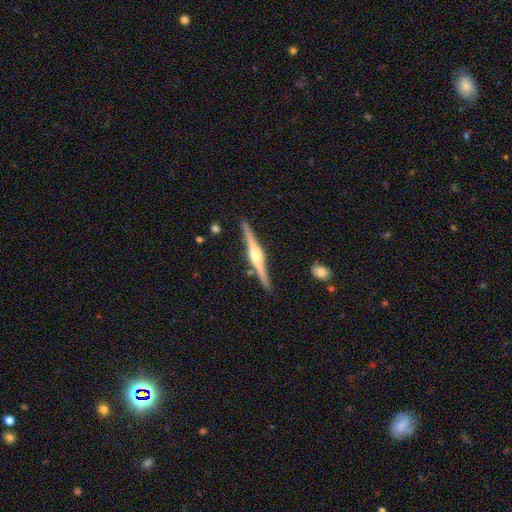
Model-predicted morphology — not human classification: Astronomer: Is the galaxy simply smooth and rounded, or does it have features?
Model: featured or disk — 85%.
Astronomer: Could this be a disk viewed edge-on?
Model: yes — 98%.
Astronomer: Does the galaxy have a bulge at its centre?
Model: rounded — 92%.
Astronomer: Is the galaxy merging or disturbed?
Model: none — 90%.